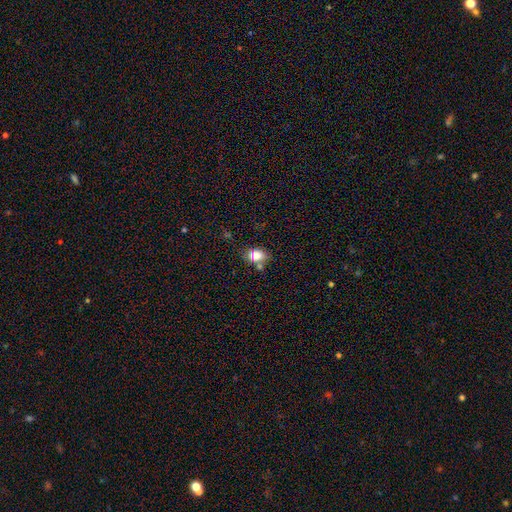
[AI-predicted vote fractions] Smooth or featured? smooth (81%)
How rounded? in between (75%)
Merging? none (63%)